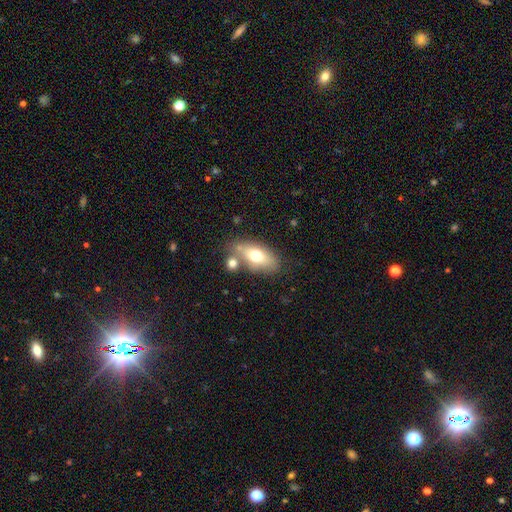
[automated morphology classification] Overall: smooth (67%). How rounded: in between (84%). Merging: none (62%).